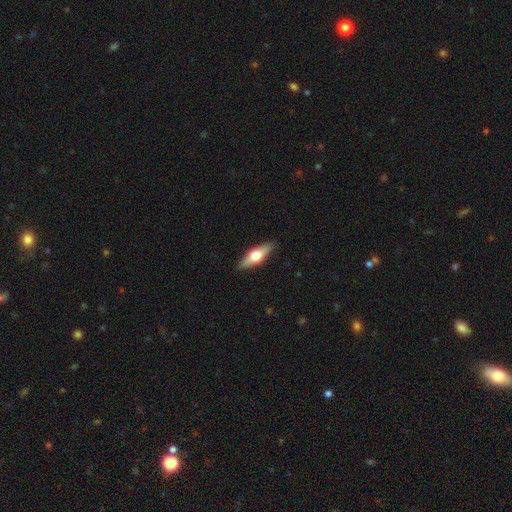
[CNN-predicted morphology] featured or disk 52%, smooth 43%, star or artifact 6%. Down the decision tree: edge-on disk — yes (90%); merging — none (89%).